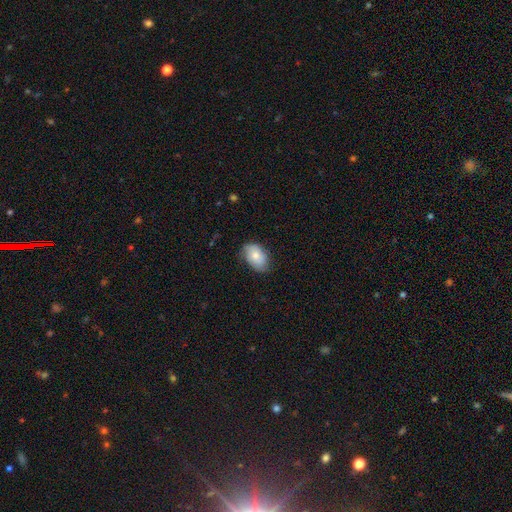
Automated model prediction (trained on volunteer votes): smooth-or-featured: smooth: 71% | featured or disk: 22% | star or artifact: 7%
  how-rounded: in between: 87% | round: 12% | cigar-shaped: 1%
  merging: none: 69% | minor disturbance: 25% | major disturbance: 5% | merger: 1%